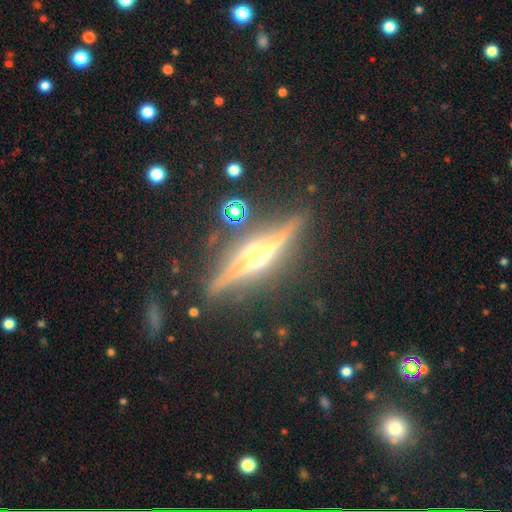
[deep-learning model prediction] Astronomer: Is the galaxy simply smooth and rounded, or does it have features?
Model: featured or disk — 85%.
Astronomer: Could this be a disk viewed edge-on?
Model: yes — 97%.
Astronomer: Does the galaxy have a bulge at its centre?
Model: rounded — 85%.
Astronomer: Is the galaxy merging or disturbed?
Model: none — 86%.